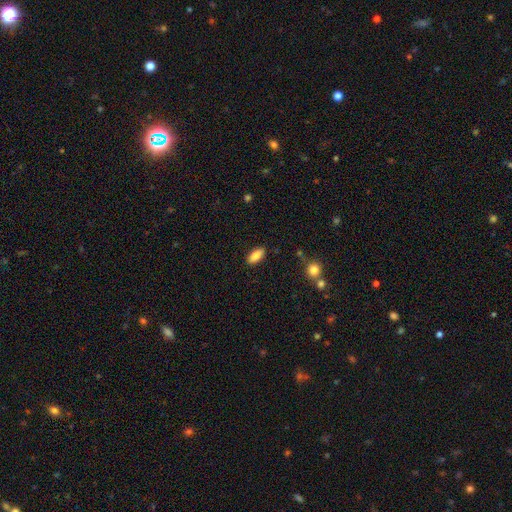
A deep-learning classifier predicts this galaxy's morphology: smooth 85%, featured or disk 8%, star or artifact 7%. Down the decision tree: how rounded — in between (85%); merging — none (88%).